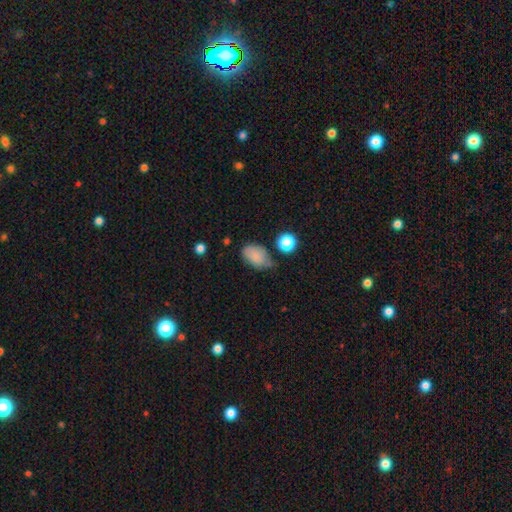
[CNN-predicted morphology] A smooth galaxy with no disk features (80%) that is in between round and cigar-shaped (87%).

Vote fractions:
- Smooth or featured? smooth: 80% / featured or disk: 11% / star or artifact: 10%
- How rounded? in between: 87% / round: 11% / cigar-shaped: 1%
- Merging? none: 49% / minor disturbance: 34% / major disturbance: 10% / merger: 7%